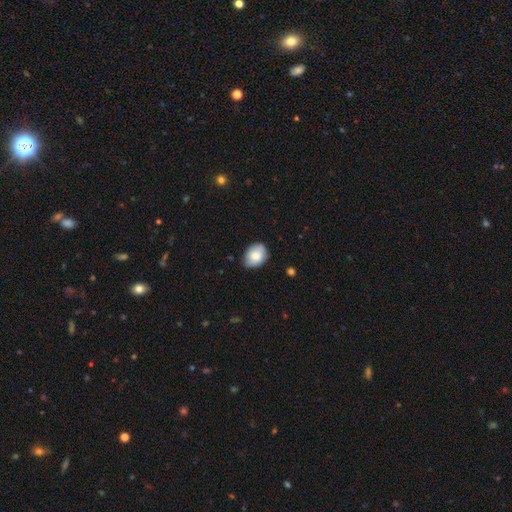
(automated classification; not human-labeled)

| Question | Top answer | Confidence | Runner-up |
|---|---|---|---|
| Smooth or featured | smooth | 78% | featured or disk (14%) |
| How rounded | in between | 65% | round (34%) |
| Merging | none | 71% | minor disturbance (24%) |